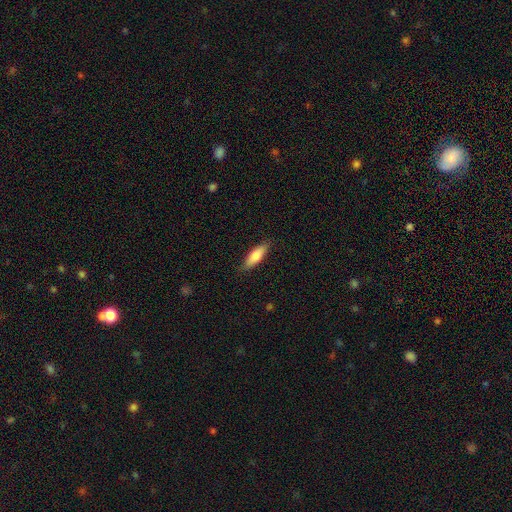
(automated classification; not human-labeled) Smooth or featured: smooth — 75% (featured or disk — 20%)
How rounded: cigar-shaped — 49% (tied with in between — 49%)
Merging: none — 84% (minor disturbance — 13%)